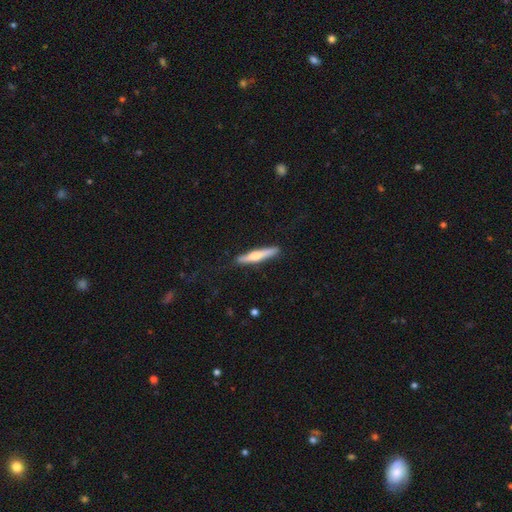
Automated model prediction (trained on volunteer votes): A featured or disk galaxy (53%) viewed edge-on (96%) with a rounded central bulge (88%). Merging: none (89%).